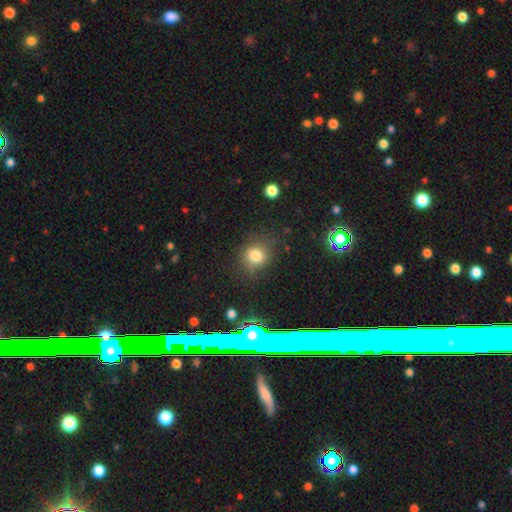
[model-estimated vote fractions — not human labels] A smooth galaxy with no disk features (77%) that is round (76%). Merging: none (75%).